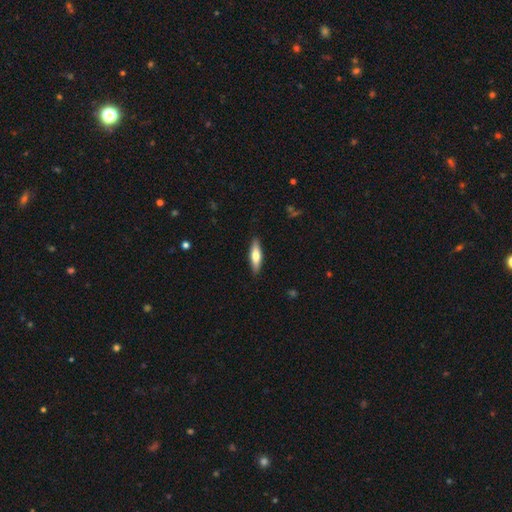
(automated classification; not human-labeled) A smooth galaxy with no disk features (60%) that is cigar-shaped (66%). Merging: none (89%).